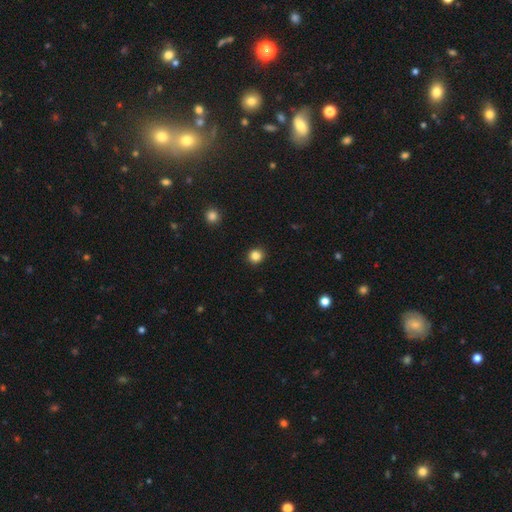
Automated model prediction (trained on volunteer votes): Smooth or featured? Predicted: smooth (p=0.84). How rounded? Predicted: round (p=0.87). Merging? Predicted: none (p=0.92).